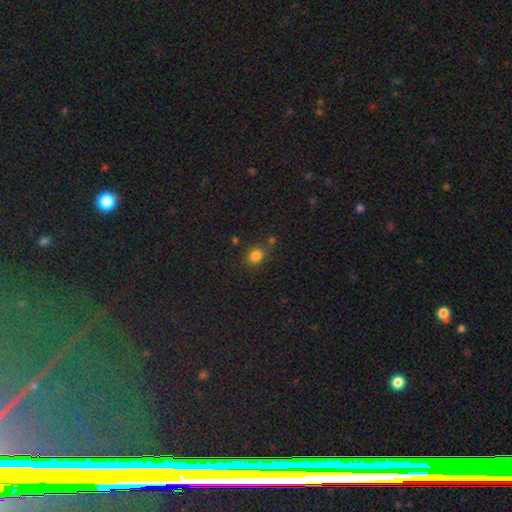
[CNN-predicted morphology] type=smooth (81%); roundness=round (64%); merging=none (73%).